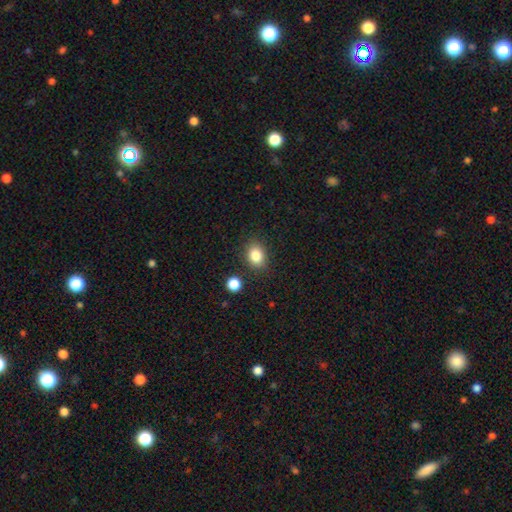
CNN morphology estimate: Smooth or featured?
  - smooth: 83% *
  - star or artifact: 10%
  - featured or disk: 6%
How rounded?
  - in between: 60% *
  - round: 39%
  - cigar-shaped: 1%
Merging?
  - none: 84% *
  - minor disturbance: 10%
  - merger: 3%
  - major disturbance: 3%